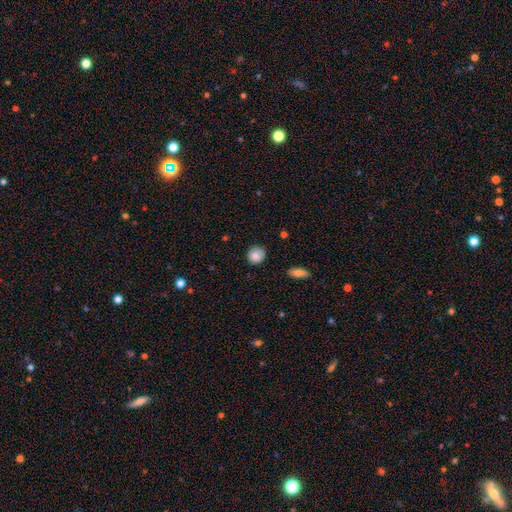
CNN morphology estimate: Smooth or featured? Predicted: smooth (p=0.85). How rounded? Predicted: round (p=0.85). Merging? Predicted: none (p=0.81).